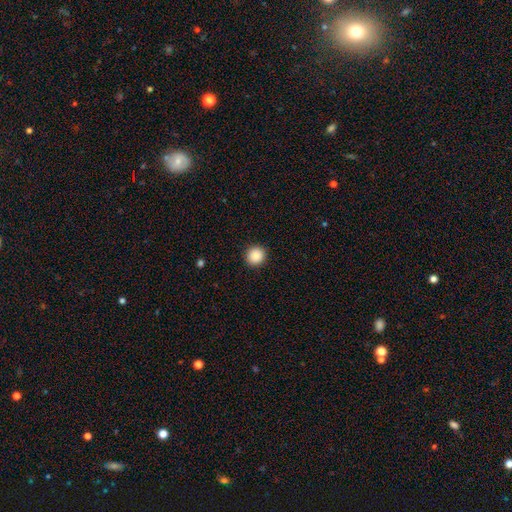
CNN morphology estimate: This is clearly a smooth galaxy (89%). How rounded: clearly round (92%). Merging: clearly none (92%).